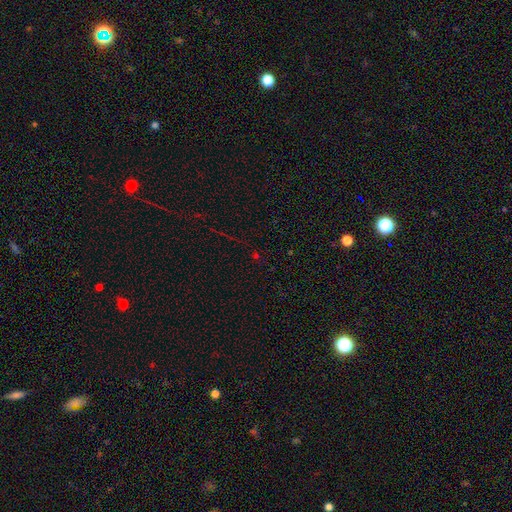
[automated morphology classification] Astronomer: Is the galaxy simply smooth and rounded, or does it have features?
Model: star or artifact — 67%.